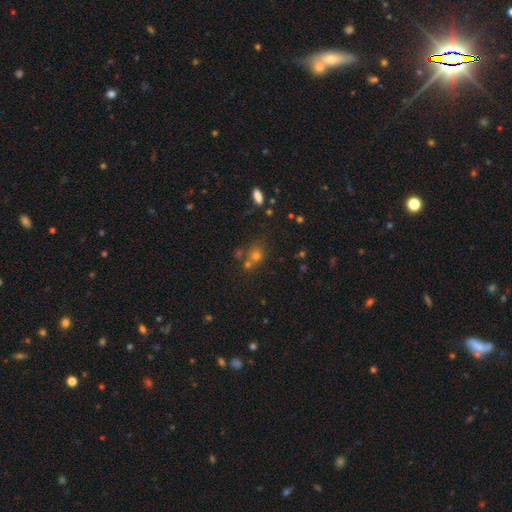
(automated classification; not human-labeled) This is possibly a smooth galaxy (59%). How rounded: likely round (76%). Merging: possibly none (57%).